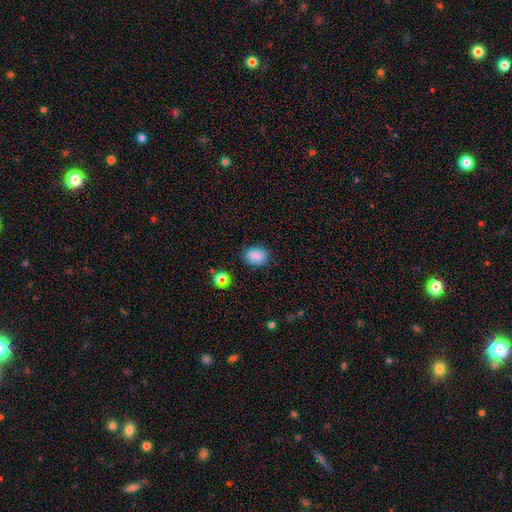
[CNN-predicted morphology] A smooth galaxy with no disk features (86%) that is in between round and cigar-shaped (60%).

Vote fractions:
- Smooth or featured? smooth: 86% / star or artifact: 10% / featured or disk: 4%
- How rounded? in between: 60% / round: 39% / cigar-shaped: 1%
- Merging? none: 82% / minor disturbance: 13% / major disturbance: 3% / merger: 2%